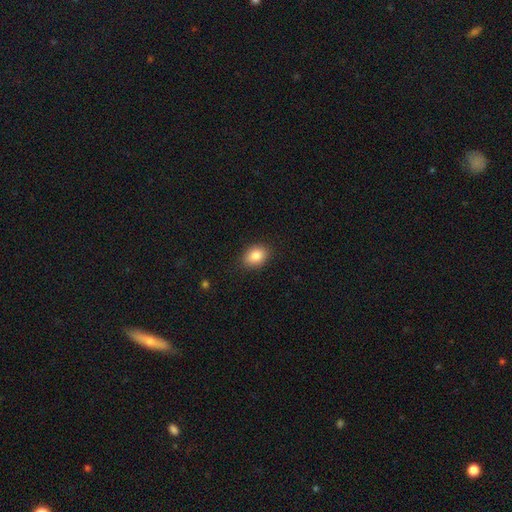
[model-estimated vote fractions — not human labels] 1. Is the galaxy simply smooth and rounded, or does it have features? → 85% smooth, 8% star or artifact, 6% featured or disk.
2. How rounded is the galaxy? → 70% in between, 29% round, 1% cigar-shaped.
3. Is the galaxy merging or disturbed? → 87% none, 9% minor disturbance, 2% major disturbance, 1% merger.